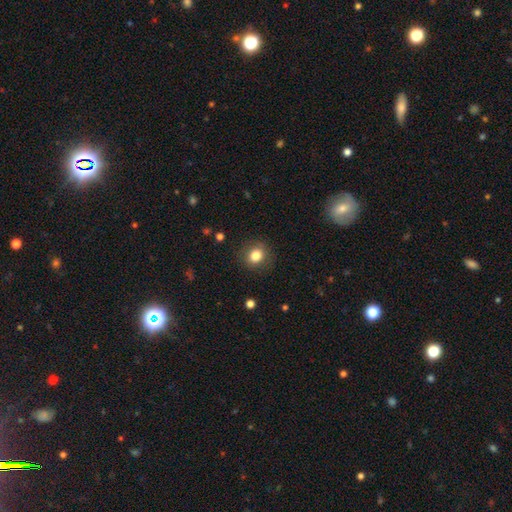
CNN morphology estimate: smooth-or-featured: smooth: 83% | star or artifact: 10% | featured or disk: 7%
  how-rounded: round: 70% | in between: 29% | cigar-shaped: 1%
  merging: none: 86% | minor disturbance: 9% | major disturbance: 3% | merger: 1%